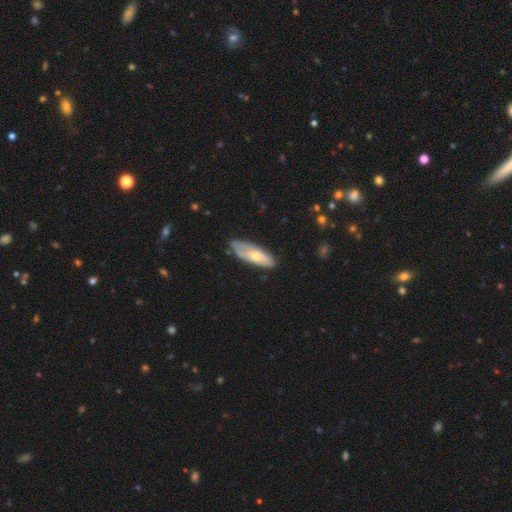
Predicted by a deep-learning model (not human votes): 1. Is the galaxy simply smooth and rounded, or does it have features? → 48% smooth, 46% featured or disk, 6% star or artifact.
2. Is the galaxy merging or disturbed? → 65% none, 27% minor disturbance, 6% major disturbance, 2% merger.